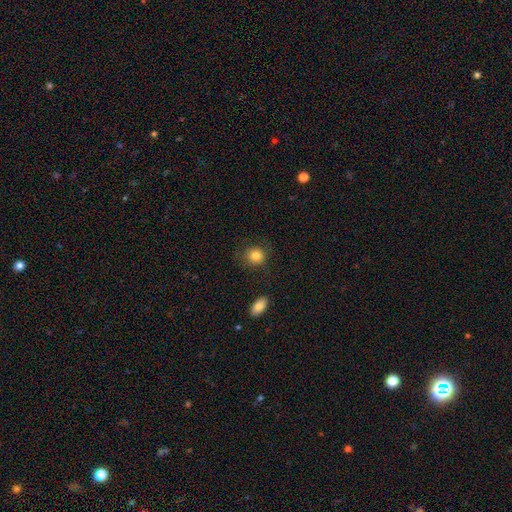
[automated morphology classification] A smooth galaxy with no disk features (84%) that is round (84%).

Vote fractions:
- Smooth or featured? smooth: 84% / star or artifact: 10% / featured or disk: 6%
- How rounded? round: 84% / in between: 15% / cigar-shaped: 1%
- Merging? none: 81% / minor disturbance: 12% / major disturbance: 4% / merger: 2%